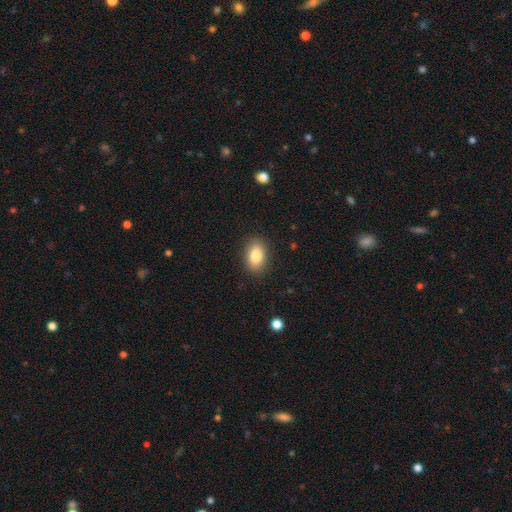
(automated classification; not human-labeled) Overall: smooth (83%). How rounded: in between (86%). Merging: none (87%).